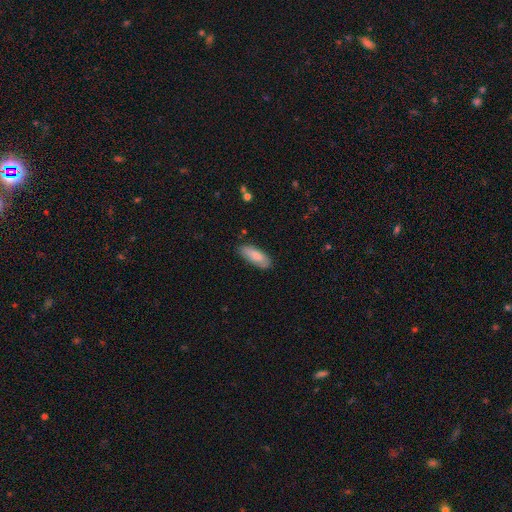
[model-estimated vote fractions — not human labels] smooth_or_featured: smooth (p=0.80) [alt: featured or disk p=0.14]
how_rounded: in between (p=0.72) [alt: cigar-shaped p=0.27]
merging: none (p=0.81) [alt: minor disturbance p=0.15]